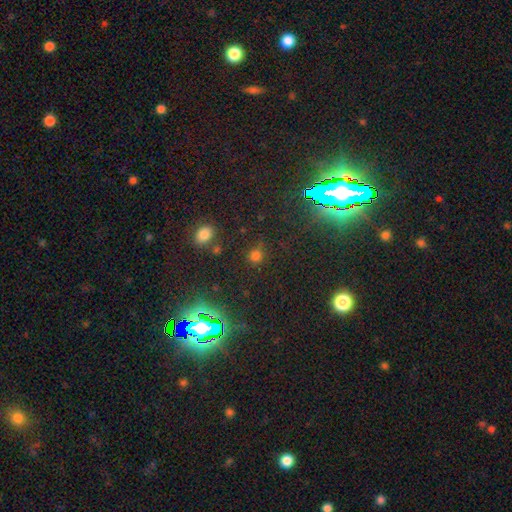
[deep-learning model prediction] Smooth or featured? Predicted: smooth (p=0.62). How rounded? Predicted: round (p=0.87). Merging? Predicted: none (p=0.76).